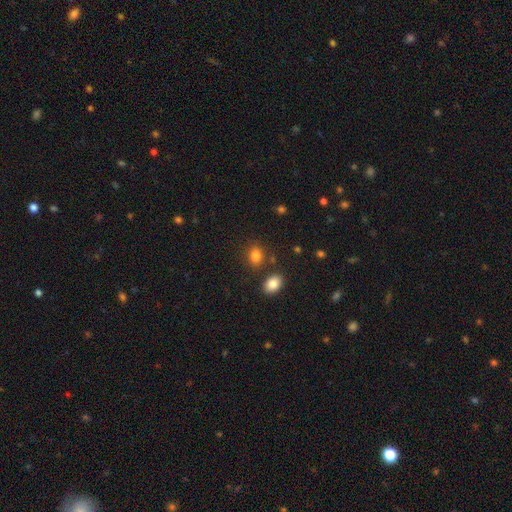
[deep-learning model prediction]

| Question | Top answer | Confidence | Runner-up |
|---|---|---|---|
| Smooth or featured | smooth | 83% | star or artifact (11%) |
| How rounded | in between | 63% | round (35%) |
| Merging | none | 77% | minor disturbance (11%) |